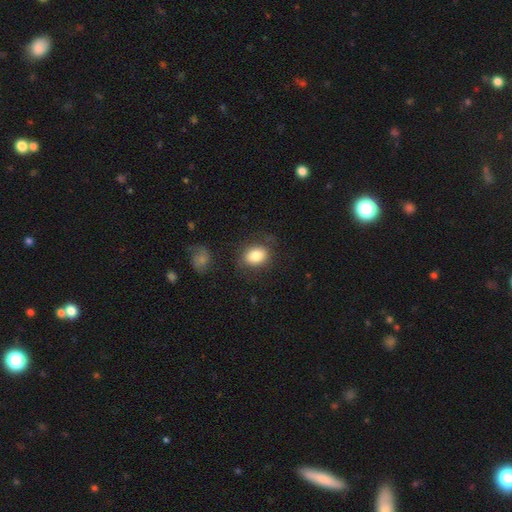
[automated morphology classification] Overall: smooth (82%). How rounded: in between (67%; round 32%). Merging: none (76%).